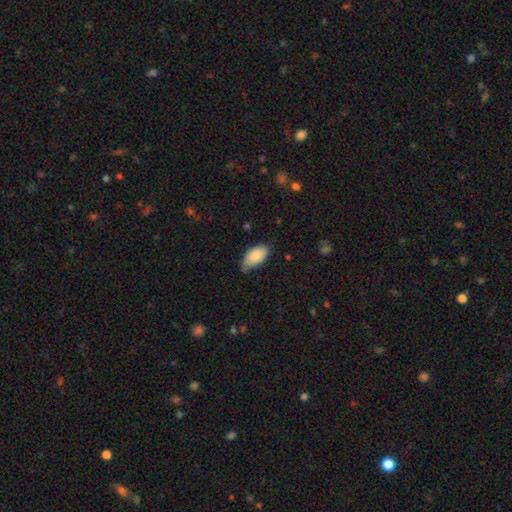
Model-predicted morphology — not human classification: A smooth galaxy with no disk features (84%) that is in between round and cigar-shaped (94%). Merging: none (56%).